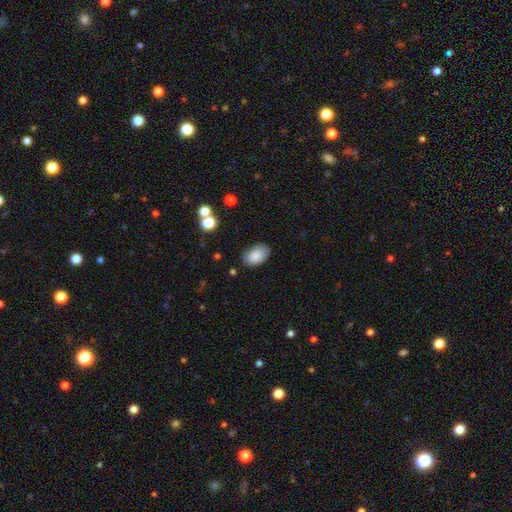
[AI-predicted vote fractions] smooth_or_featured: smooth (p=0.86) [alt: star or artifact p=0.07]
how_rounded: in between (p=0.91) [alt: round p=0.08]
merging: none (p=0.80) [alt: minor disturbance p=0.15]